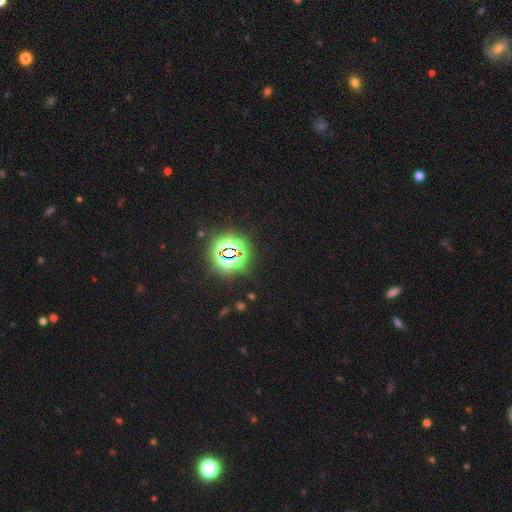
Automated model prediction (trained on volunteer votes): Morphology: type=star or artifact (82%).